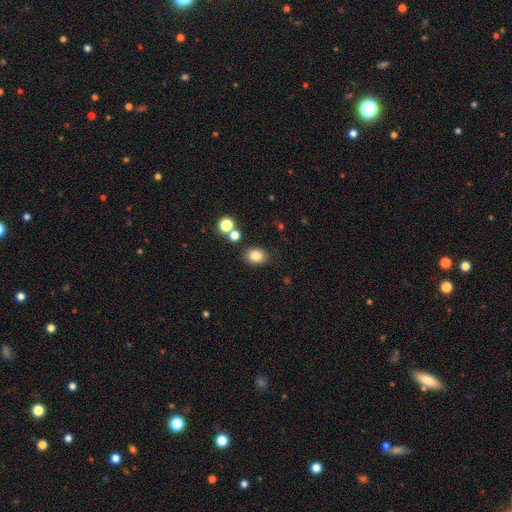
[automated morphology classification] Smooth or featured? smooth (82%)
How rounded? in between (57%)
Merging? none (81%)